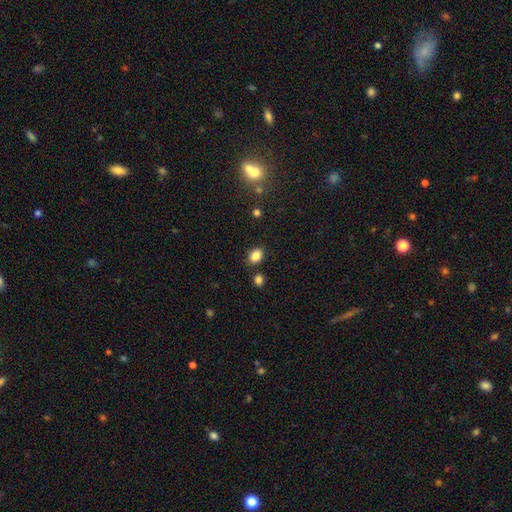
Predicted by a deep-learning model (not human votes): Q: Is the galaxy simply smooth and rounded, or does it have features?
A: smooth — 85%.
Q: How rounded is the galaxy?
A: in between — 70%.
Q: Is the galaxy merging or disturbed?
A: none — 82%.